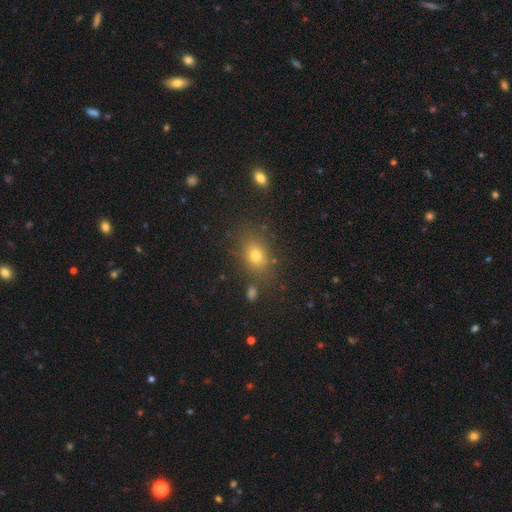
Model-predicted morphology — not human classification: smooth 74%, star or artifact 16%, featured or disk 10%. Down the decision tree: how rounded — in between (57%); merging — none (78%).